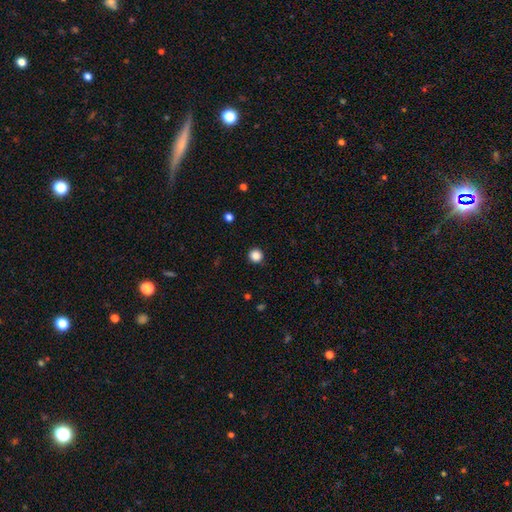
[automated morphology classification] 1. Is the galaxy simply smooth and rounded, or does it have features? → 86% smooth, 11% star or artifact, 3% featured or disk.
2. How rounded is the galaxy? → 95% round, 4% in between, 1% cigar-shaped.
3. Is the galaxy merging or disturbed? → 92% none, 5% minor disturbance, 2% major disturbance, 1% merger.